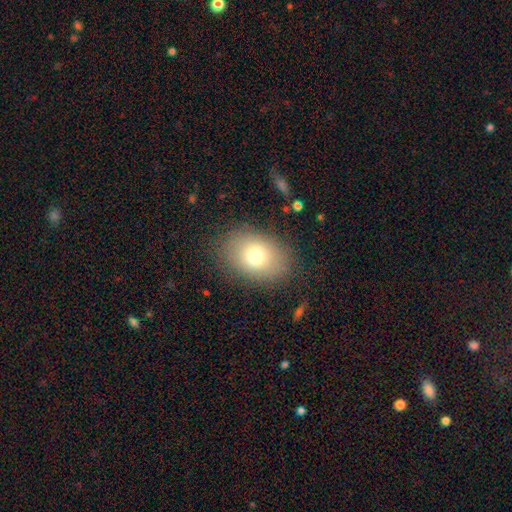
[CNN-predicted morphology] Overall: smooth (74%). How rounded: in between (72%). Merging: none (84%).